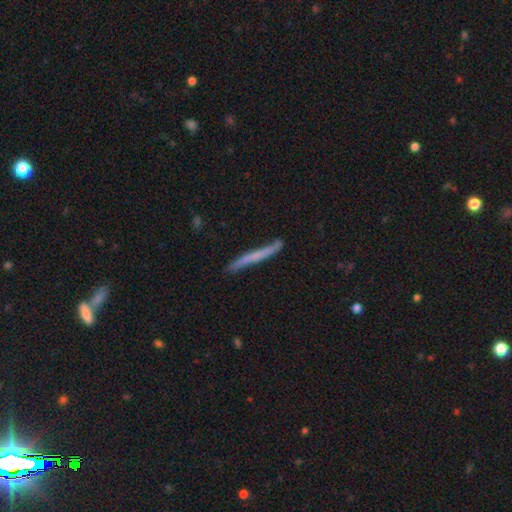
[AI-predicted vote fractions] A featured or disk galaxy (48%).

Vote fractions:
- Smooth or featured? featured or disk: 48% / smooth: 46% / star or artifact: 6%
- Merging? none: 78% / minor disturbance: 17% / major disturbance: 3% / merger: 2%